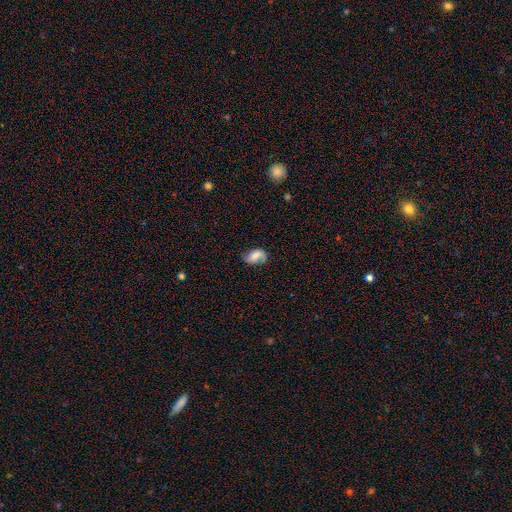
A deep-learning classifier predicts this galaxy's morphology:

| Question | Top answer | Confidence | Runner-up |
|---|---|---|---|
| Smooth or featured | smooth | 49% | featured or disk (42%) |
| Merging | none | 59% | minor disturbance (27%) |